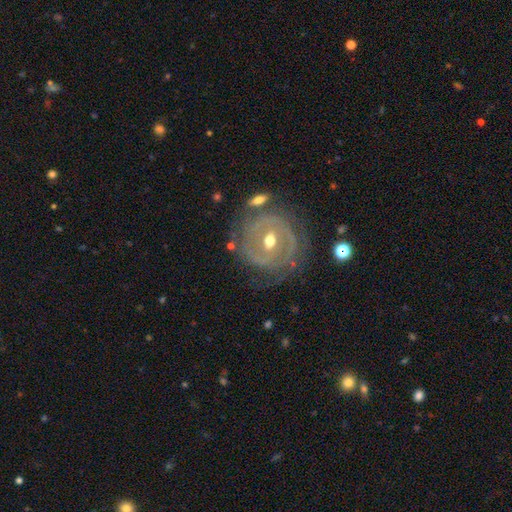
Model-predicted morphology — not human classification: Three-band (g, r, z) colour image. It shows a featured or disk galaxy (84%) with no bar (43%), 2 (49%) tight (72%) spiral arms (89%) and a moderate central bulge (62%). Merging: none (75%).